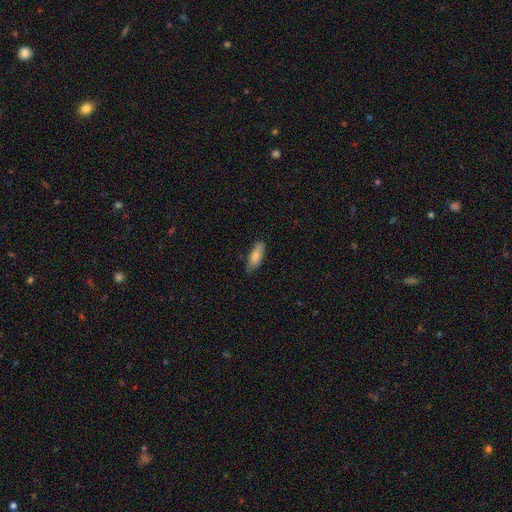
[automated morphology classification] Smooth or featured: smooth — 80% (featured or disk — 14%)
How rounded: in between — 58% (cigar-shaped — 40%)
Merging: none — 78% (minor disturbance — 18%)